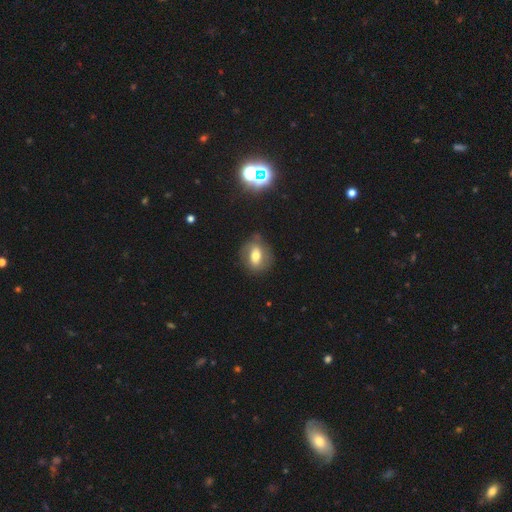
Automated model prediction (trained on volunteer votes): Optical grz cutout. It shows a smooth galaxy with no disk features (55%) that is in between round and cigar-shaped (60%). Merging: none (73%).